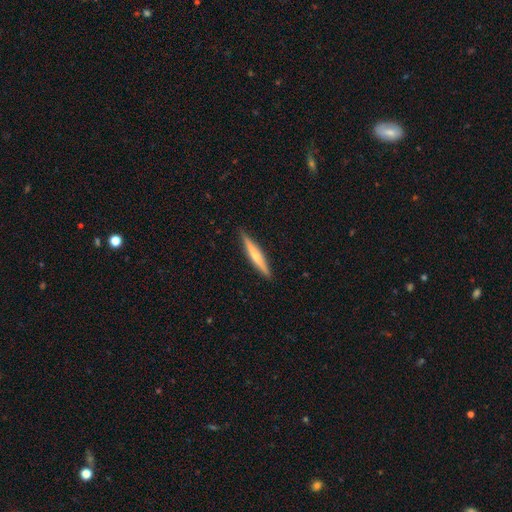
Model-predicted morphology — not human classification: smooth-or-featured: featured or disk: 48% | smooth: 46% | star or artifact: 6%
  merging: none: 90% | minor disturbance: 8% | major disturbance: 1% | merger: 1%